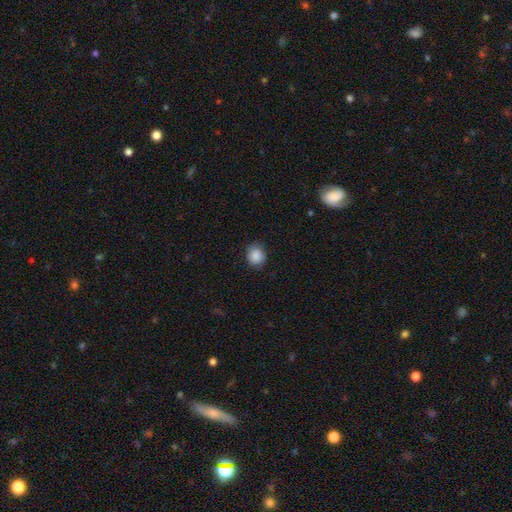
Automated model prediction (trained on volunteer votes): A smooth galaxy with no disk features (88%) that is round (73%).

Vote fractions:
- Smooth or featured? smooth: 88% / star or artifact: 8% / featured or disk: 5%
- How rounded? round: 73% / in between: 27% / cigar-shaped: 1%
- Merging? none: 83% / minor disturbance: 13% / major disturbance: 3% / merger: 1%